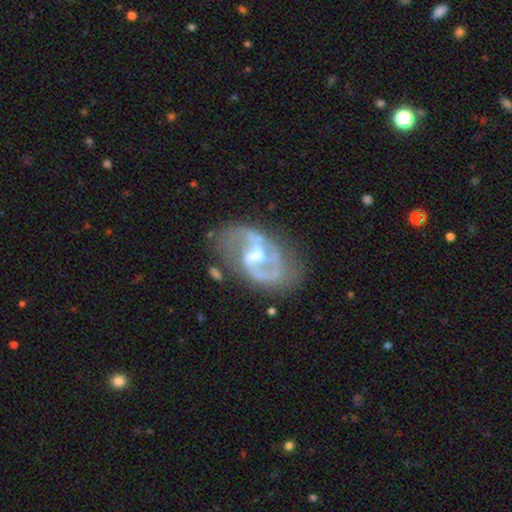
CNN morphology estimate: featured or disk 87%, smooth 7%, star or artifact 6%. Down the decision tree: edge-on disk — no (97%); bar — weak (56%); spiral arms — yes (93%); spiral arm count — 2 (86%); spiral winding — medium (53%); bulge size — moderate (47%); merging — none (66%).